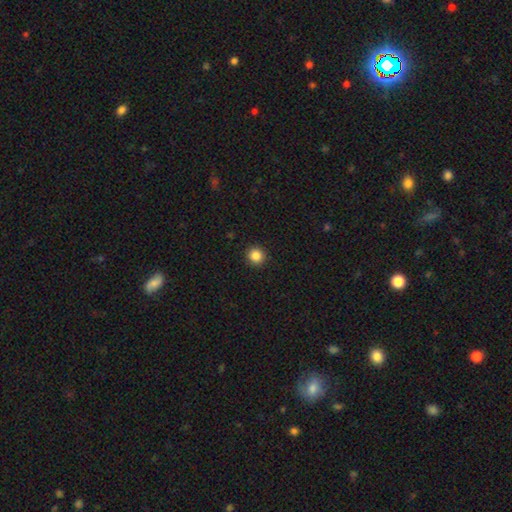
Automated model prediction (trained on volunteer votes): This is clearly a smooth galaxy (86%). How rounded: clearly round (93%). Merging: clearly none (93%).